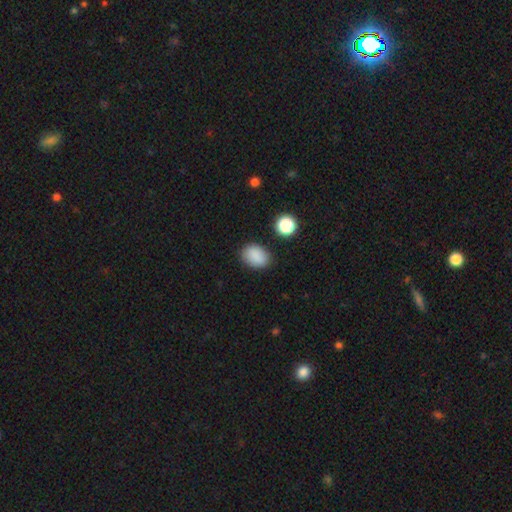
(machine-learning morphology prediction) This is clearly a smooth galaxy (86%). How rounded: likely in between (73%). Merging: clearly none (82%).